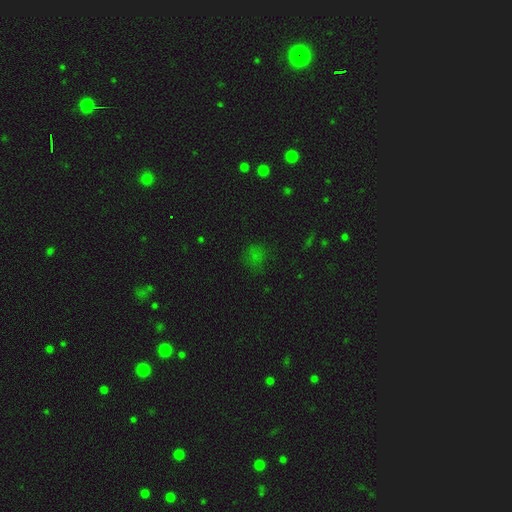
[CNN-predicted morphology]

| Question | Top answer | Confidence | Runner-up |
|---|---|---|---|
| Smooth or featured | smooth | 56% | star or artifact (35%) |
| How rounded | round | 76% | in between (22%) |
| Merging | none | 69% | minor disturbance (18%) |